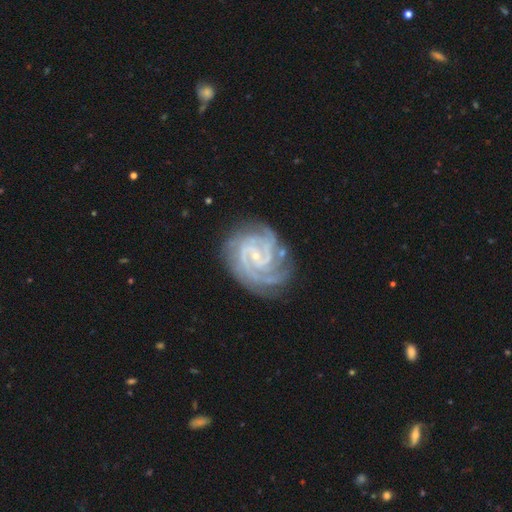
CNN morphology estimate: A featured or disk galaxy (91%) with no bar (43%), 3 (33%) tight (72%) spiral arms (98%) and a small central bulge (82%). Merging: none (73%).